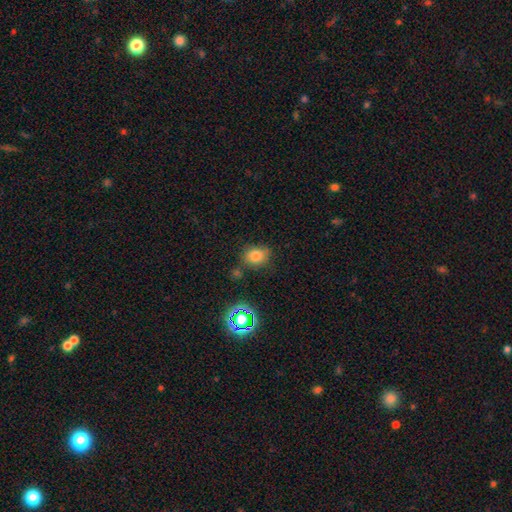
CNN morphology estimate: Smooth or featured? smooth (77%)
How rounded? in between (51%)
Merging? none (73%)